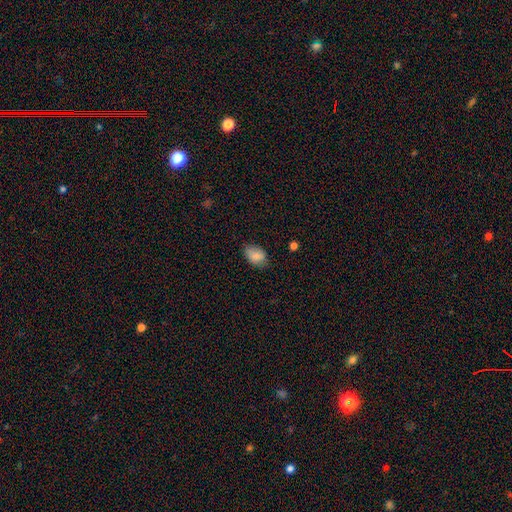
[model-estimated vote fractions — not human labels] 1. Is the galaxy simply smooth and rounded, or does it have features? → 84% smooth, 9% featured or disk, 8% star or artifact.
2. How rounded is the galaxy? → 87% in between, 11% round, 1% cigar-shaped.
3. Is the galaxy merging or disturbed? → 72% none, 23% minor disturbance, 4% major disturbance, 1% merger.